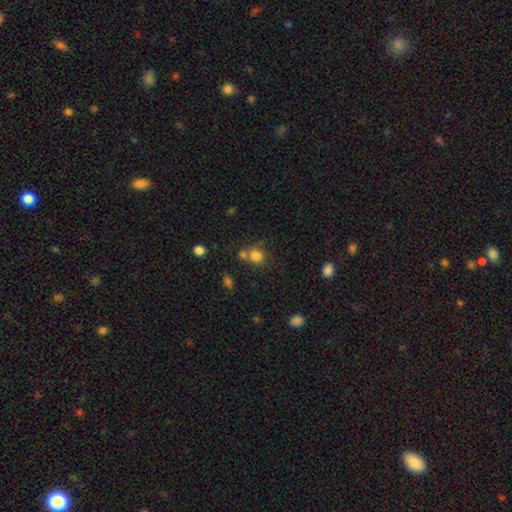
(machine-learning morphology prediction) Q: Smooth or featured?
A: smooth (80%); runner-up: star or artifact (13%)
Q: How rounded?
A: round (85%); runner-up: in between (14%)
Q: Merging?
A: none (59%); runner-up: merger (26%)